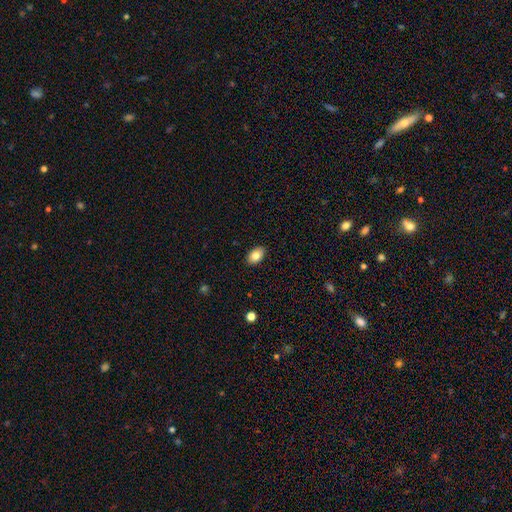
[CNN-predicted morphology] Overall: smooth (82%). How rounded: in between (90%). Merging: none (89%).